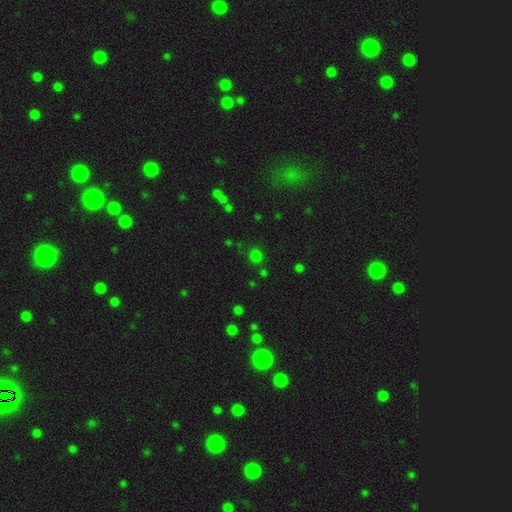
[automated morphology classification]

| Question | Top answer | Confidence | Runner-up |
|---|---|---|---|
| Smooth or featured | smooth | 68% | star or artifact (27%) |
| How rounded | round | 88% | in between (10%) |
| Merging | none | 81% | minor disturbance (9%) |